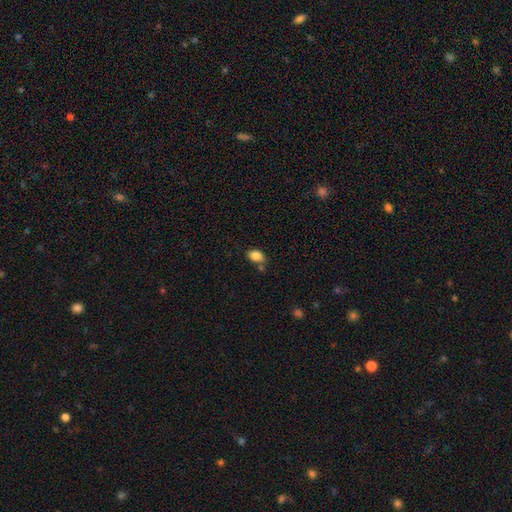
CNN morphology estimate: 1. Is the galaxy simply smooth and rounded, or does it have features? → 85% smooth, 9% star or artifact, 6% featured or disk.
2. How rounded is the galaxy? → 82% in between, 17% round, 1% cigar-shaped.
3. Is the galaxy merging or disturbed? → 64% none, 19% minor disturbance, 13% merger, 5% major disturbance.